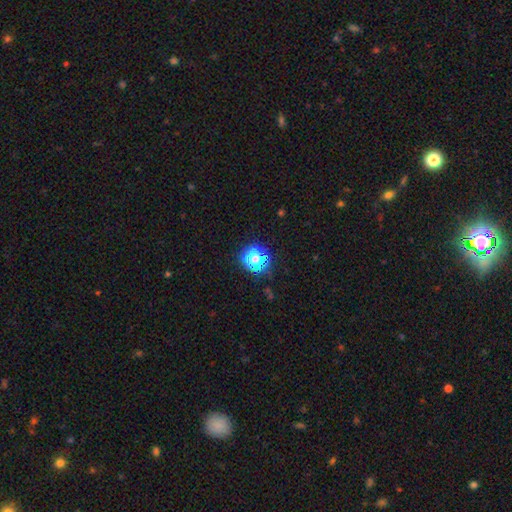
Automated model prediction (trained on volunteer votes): smooth-or-featured: star or artifact: 49% | smooth: 43% | featured or disk: 8%